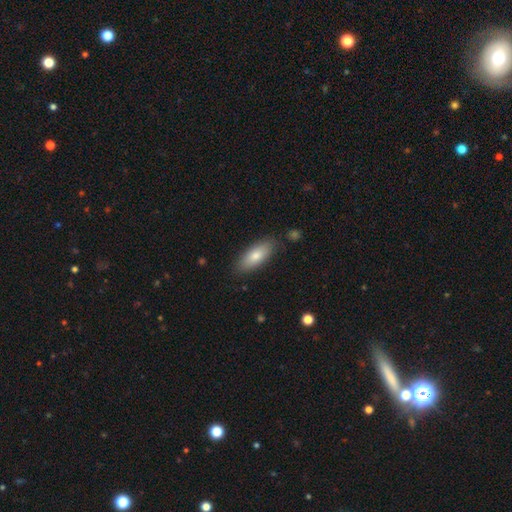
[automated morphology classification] smooth-or-featured: smooth: 79% | featured or disk: 15% | star or artifact: 6%
  how-rounded: in between: 77% | cigar-shaped: 20% | round: 2%
  merging: none: 82% | minor disturbance: 13% | major disturbance: 3% | merger: 2%